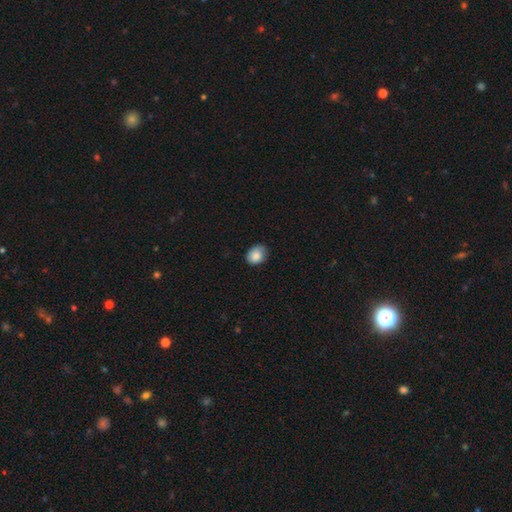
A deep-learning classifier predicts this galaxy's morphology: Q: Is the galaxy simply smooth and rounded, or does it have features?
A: smooth — 85%.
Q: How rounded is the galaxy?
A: in between — 50%.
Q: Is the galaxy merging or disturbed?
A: none — 70%.